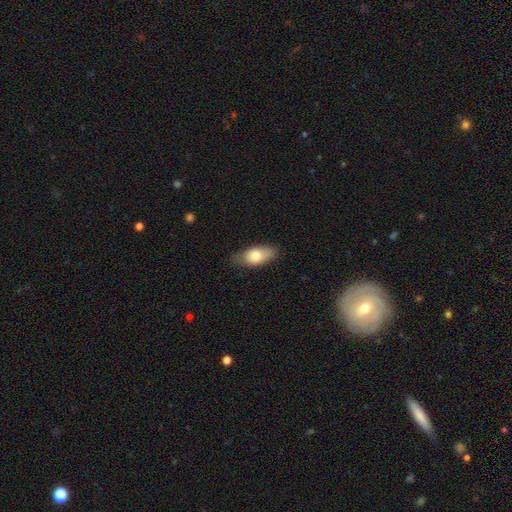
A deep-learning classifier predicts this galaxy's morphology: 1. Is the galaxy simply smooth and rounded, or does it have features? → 74% smooth, 19% featured or disk, 7% star or artifact.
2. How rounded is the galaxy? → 87% in between, 8% cigar-shaped, 5% round.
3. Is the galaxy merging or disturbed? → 74% none, 21% minor disturbance, 4% major disturbance, 1% merger.